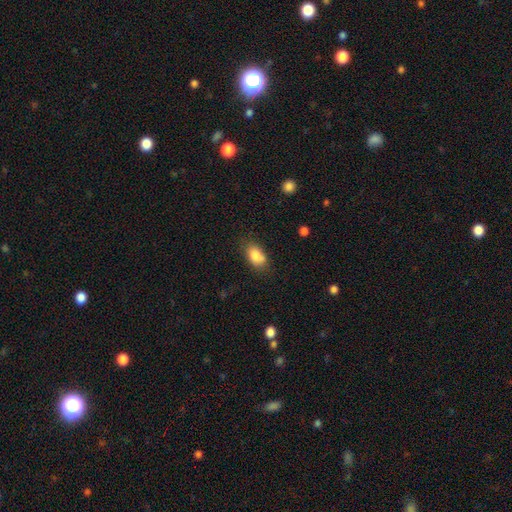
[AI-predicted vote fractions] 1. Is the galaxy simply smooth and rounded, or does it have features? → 83% smooth, 8% featured or disk, 8% star or artifact.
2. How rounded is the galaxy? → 88% in between, 10% round, 2% cigar-shaped.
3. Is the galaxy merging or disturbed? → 65% none, 22% minor disturbance, 8% merger, 5% major disturbance.